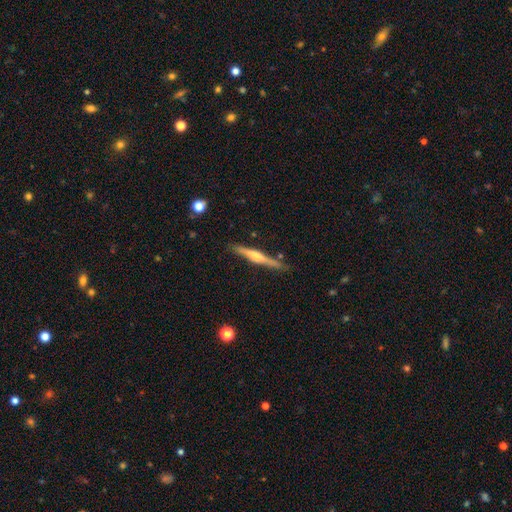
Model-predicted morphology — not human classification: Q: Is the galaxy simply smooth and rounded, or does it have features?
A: featured or disk — 73%.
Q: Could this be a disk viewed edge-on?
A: yes — 98%.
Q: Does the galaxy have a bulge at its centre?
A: rounded — 82%.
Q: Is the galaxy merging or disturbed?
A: none — 85%.